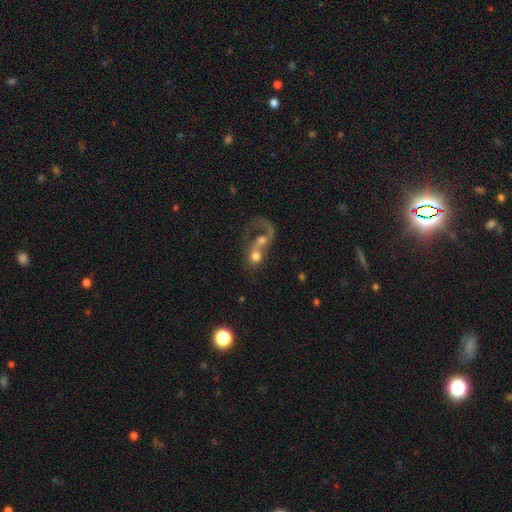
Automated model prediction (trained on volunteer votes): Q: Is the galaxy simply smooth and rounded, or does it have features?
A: smooth — 45%.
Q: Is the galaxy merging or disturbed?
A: merger — 73%.